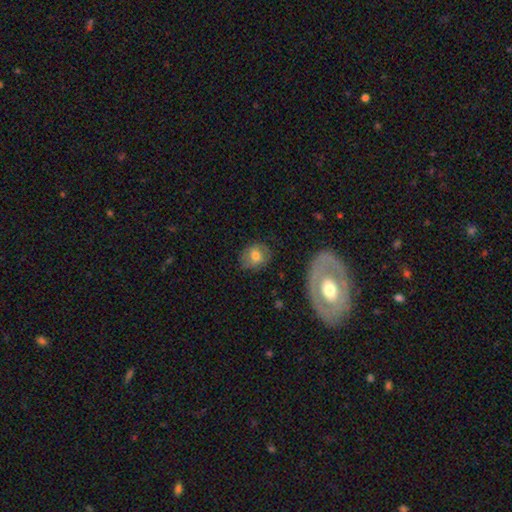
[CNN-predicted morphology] type=smooth (62%); roundness=round (59%); merging=none (74%).